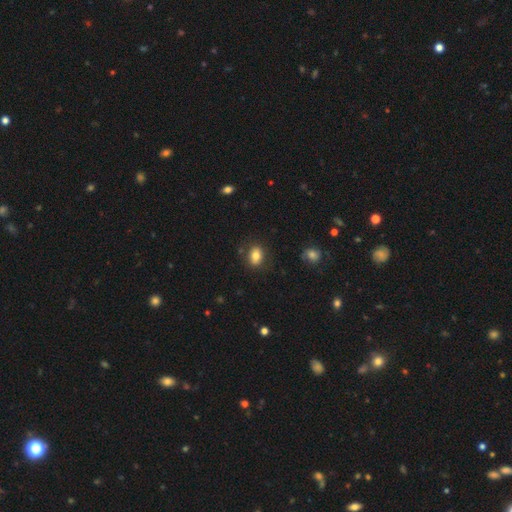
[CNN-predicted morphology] smooth-or-featured: smooth: 81% | featured or disk: 10% | star or artifact: 9%
  how-rounded: in between: 66% | round: 32% | cigar-shaped: 1%
  merging: none: 83% | minor disturbance: 11% | major disturbance: 3% | merger: 2%